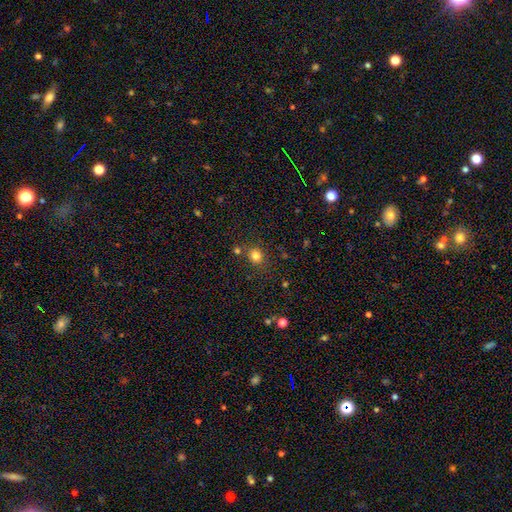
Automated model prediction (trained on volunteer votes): A smooth galaxy with no disk features (79%) that is round (80%). Merging: none (75%).